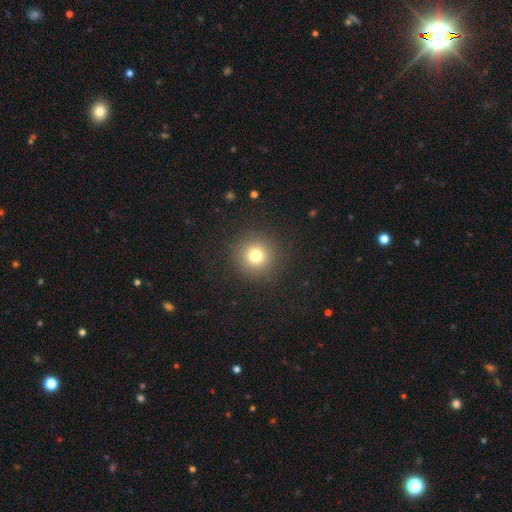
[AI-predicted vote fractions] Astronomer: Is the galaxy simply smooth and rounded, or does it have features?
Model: smooth — 76%.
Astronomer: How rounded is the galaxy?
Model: round — 95%.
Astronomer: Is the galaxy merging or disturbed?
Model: none — 91%.